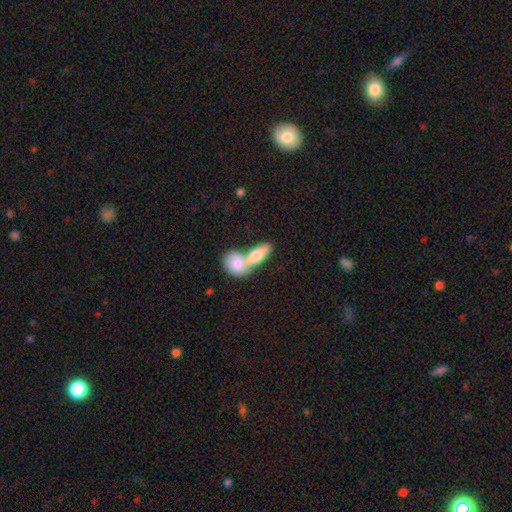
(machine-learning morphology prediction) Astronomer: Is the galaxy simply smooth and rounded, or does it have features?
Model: smooth — 72%.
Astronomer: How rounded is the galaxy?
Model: in between — 72%.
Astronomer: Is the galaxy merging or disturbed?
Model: merger — 72%.